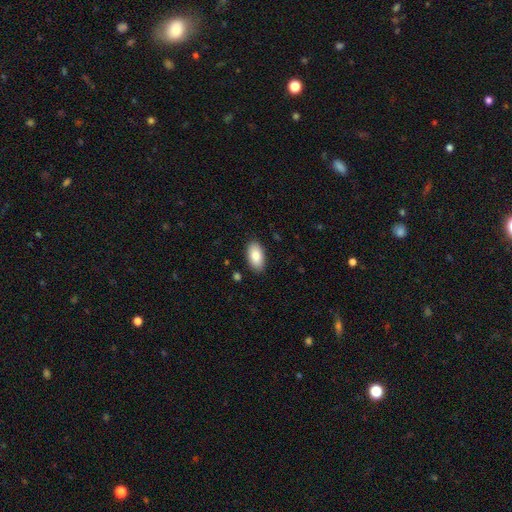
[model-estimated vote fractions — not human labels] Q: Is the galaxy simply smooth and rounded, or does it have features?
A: smooth — 85%.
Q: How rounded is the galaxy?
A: in between — 94%.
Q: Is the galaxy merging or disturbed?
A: none — 87%.